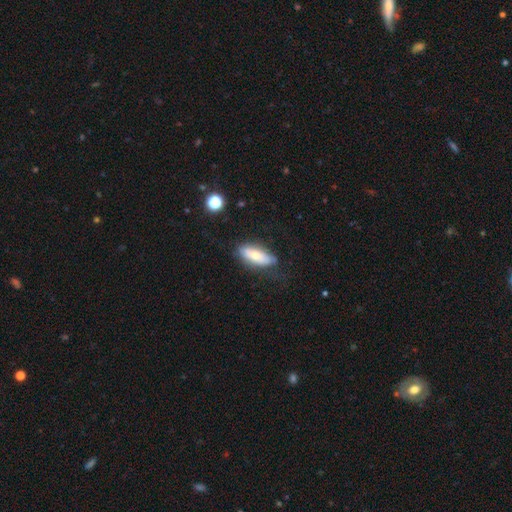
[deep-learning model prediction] A smooth galaxy with no disk features (62%) that is in between round and cigar-shaped (74%).

Vote fractions:
- Smooth or featured? smooth: 62% / featured or disk: 31% / star or artifact: 7%
- How rounded? in between: 74% / cigar-shaped: 23% / round: 2%
- Merging? none: 65% / minor disturbance: 24% / major disturbance: 9% / merger: 2%